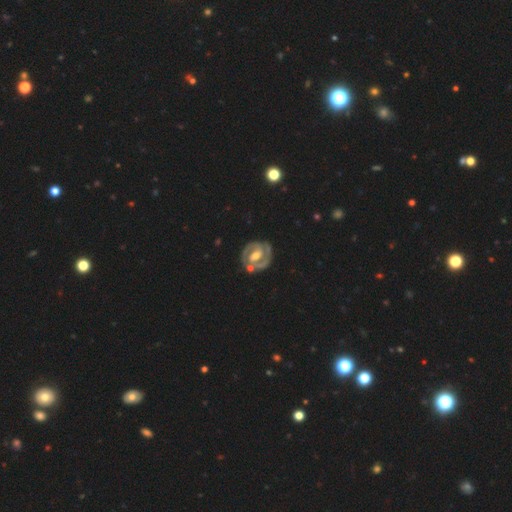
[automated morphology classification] smooth_or_featured: featured or disk (p=0.86) [alt: smooth p=0.09]
disk_edge_on: no (p=0.97) [alt: yes p=0.03]
bar: weak (p=0.44) [alt: strong p=0.34]
has_spiral_arms: yes (p=0.91) [alt: no p=0.09]
spiral_winding: tight (p=0.61) [alt: medium p=0.33]
spiral_arm_count: 2 (p=0.85) [alt: can't tell p=0.06]
bulge_size: moderate (p=0.65) [alt: small p=0.22]
merging: none (p=0.74) [alt: minor disturbance p=0.15]